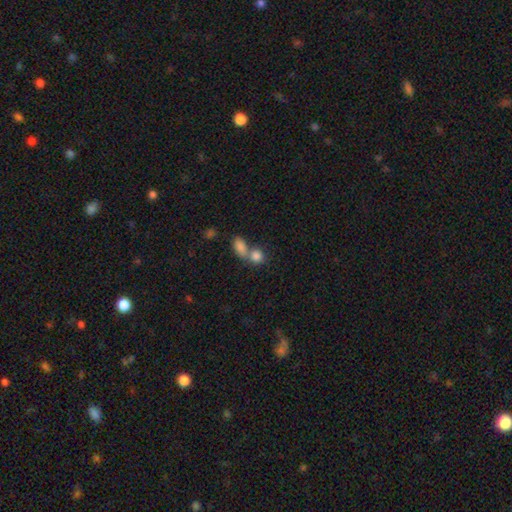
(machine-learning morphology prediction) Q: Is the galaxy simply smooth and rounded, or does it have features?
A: smooth — 83%.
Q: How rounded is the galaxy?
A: round — 52%.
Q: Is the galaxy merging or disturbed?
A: merger — 57%.